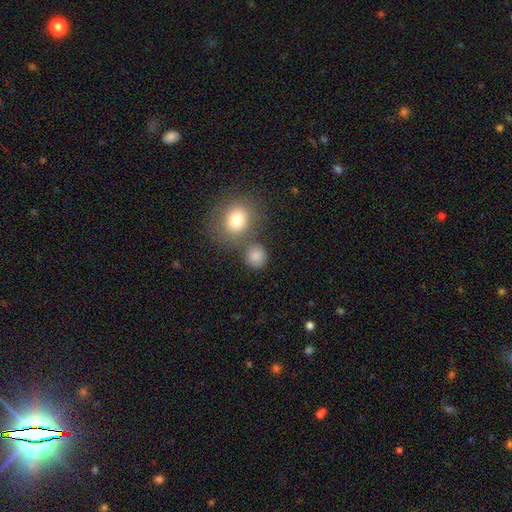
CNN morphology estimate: This is clearly a smooth galaxy (84%). How rounded: clearly round (88%). Merging: likely none (71%).